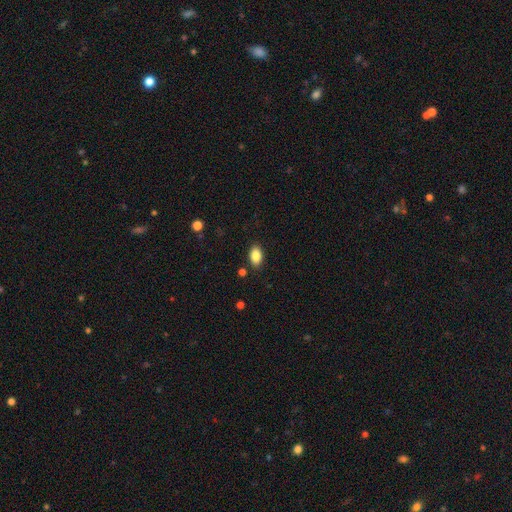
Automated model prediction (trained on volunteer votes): Overall: smooth (85%). How rounded: in between (91%). Merging: none (86%).